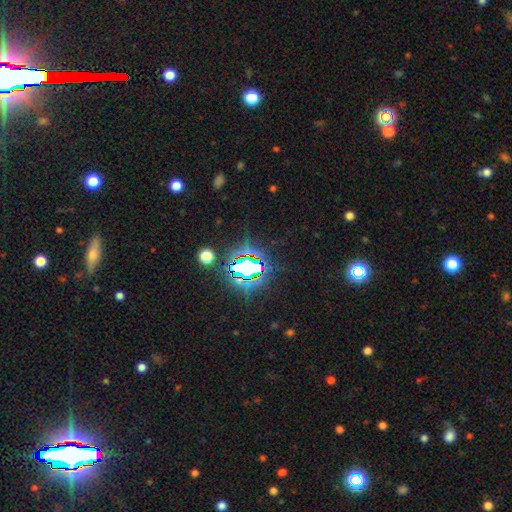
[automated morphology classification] This appears to be a star or artifact, not a galaxy (82%).